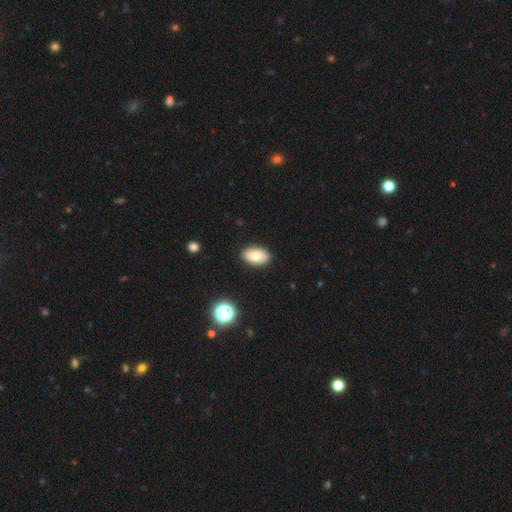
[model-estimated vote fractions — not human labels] smooth-or-featured: smooth: 78% | featured or disk: 14% | star or artifact: 8%
  how-rounded: in between: 92% | round: 6% | cigar-shaped: 2%
  merging: none: 89% | minor disturbance: 8% | major disturbance: 2% | merger: 1%